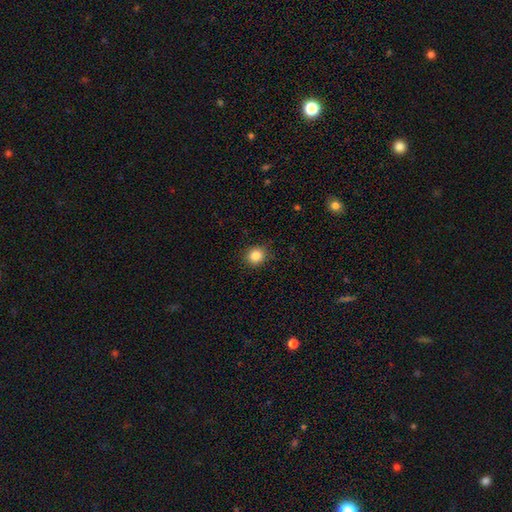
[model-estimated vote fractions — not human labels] A smooth galaxy with no disk features (84%) that is round (83%). Merging: none (88%).